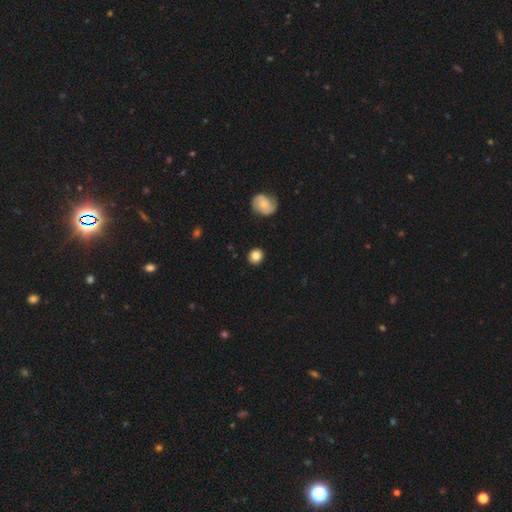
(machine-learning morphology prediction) A smooth galaxy with no disk features (84%) that is round (89%).

Vote fractions:
- Smooth or featured? smooth: 84% / star or artifact: 8% / featured or disk: 8%
- How rounded? round: 89% / in between: 10% / cigar-shaped: 1%
- Merging? none: 89% / minor disturbance: 7% / major disturbance: 2% / merger: 1%